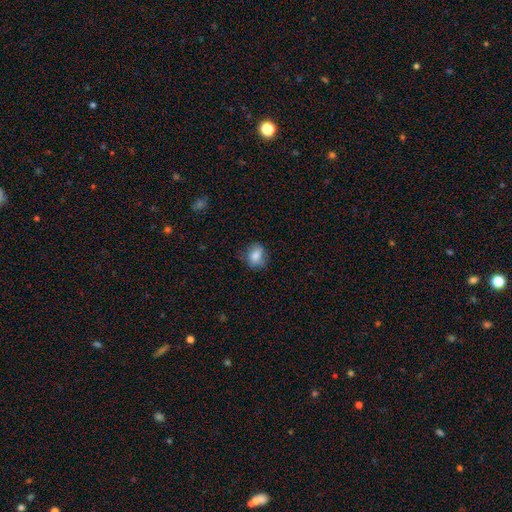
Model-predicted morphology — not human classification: Smooth or featured? Predicted: smooth (p=0.80). How rounded? Predicted: in between (p=0.54). Merging? Predicted: none (p=0.69).